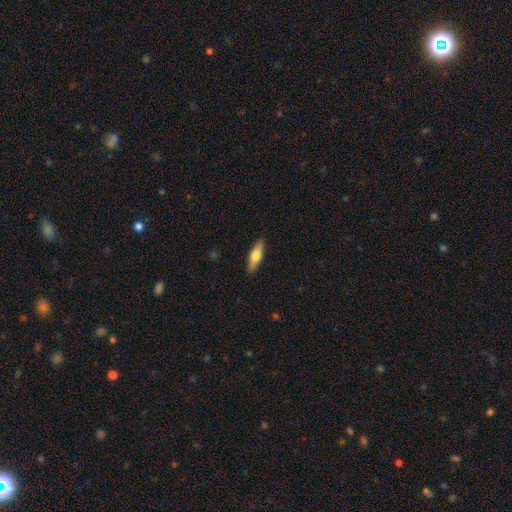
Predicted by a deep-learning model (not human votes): This is possibly a smooth galaxy (59%). How rounded: likely cigar-shaped (60%). Merging: clearly none (89%).